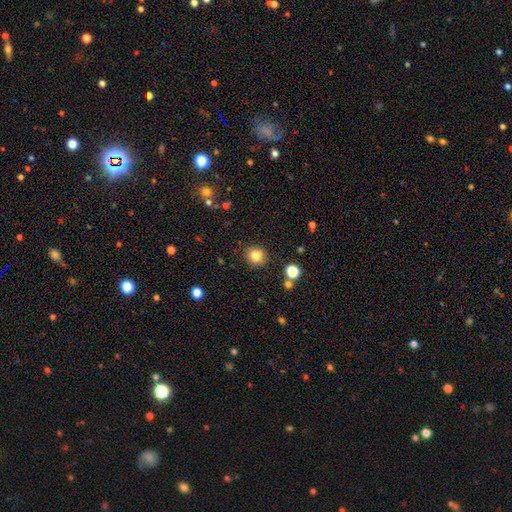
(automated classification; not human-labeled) Q: Smooth or featured?
A: smooth (82%); runner-up: star or artifact (11%)
Q: How rounded?
A: round (89%); runner-up: in between (10%)
Q: Merging?
A: none (89%); runner-up: minor disturbance (7%)